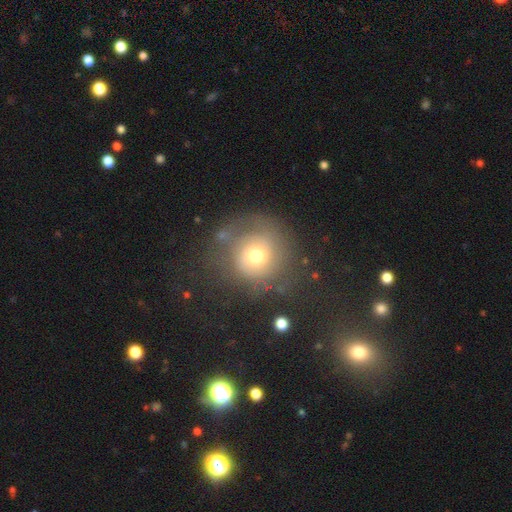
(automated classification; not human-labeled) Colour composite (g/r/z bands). It shows a smooth galaxy with no disk features (51%) that is round (89%). Merging: none (60%).